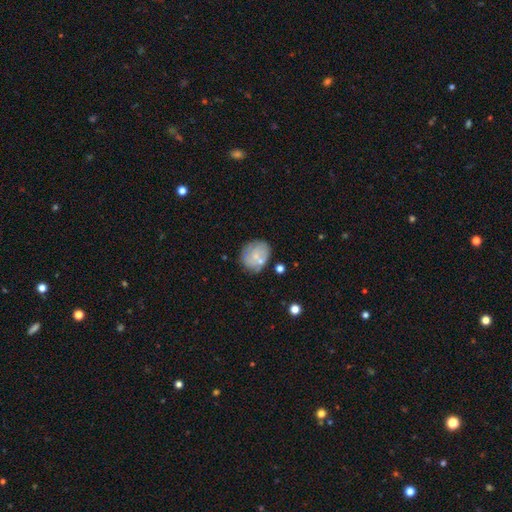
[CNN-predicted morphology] Overall: featured or disk (49%; smooth 43%). Merging: none (64%).